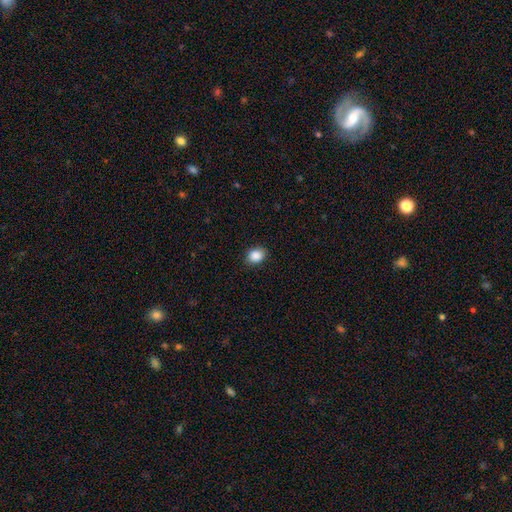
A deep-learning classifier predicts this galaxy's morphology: Smooth or featured? Predicted: smooth (p=0.88). How rounded? Predicted: in between (p=0.55). Merging? Predicted: none (p=0.87).